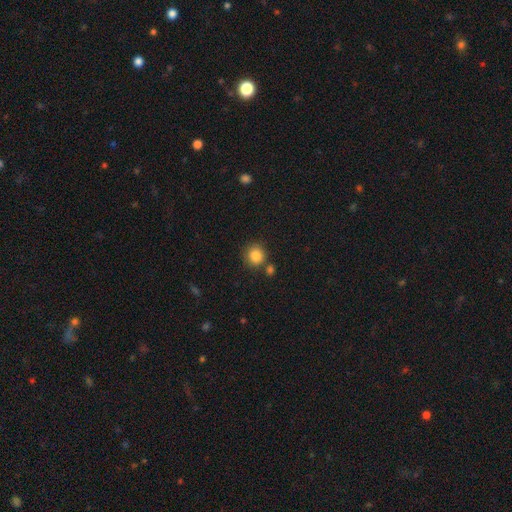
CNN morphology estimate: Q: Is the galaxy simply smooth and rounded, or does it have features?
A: smooth — 86%.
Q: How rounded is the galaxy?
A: round — 88%.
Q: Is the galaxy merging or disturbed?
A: none — 77%.